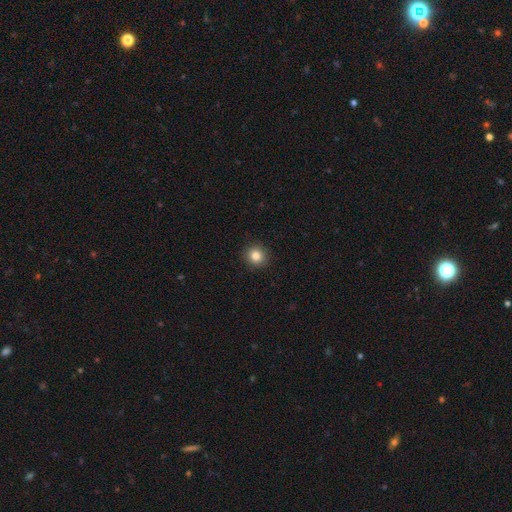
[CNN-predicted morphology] The model was most divided on "smooth or featured": smooth: 84%, star or artifact: 11%, featured or disk: 6%. More confident: merging — none (91%); how rounded — round (89%).